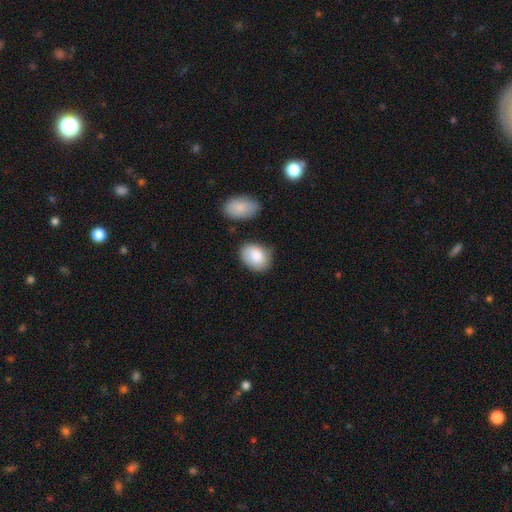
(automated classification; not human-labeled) Overall: smooth (85%). How rounded: in between (70%). Merging: none (62%; minor disturbance 26%).